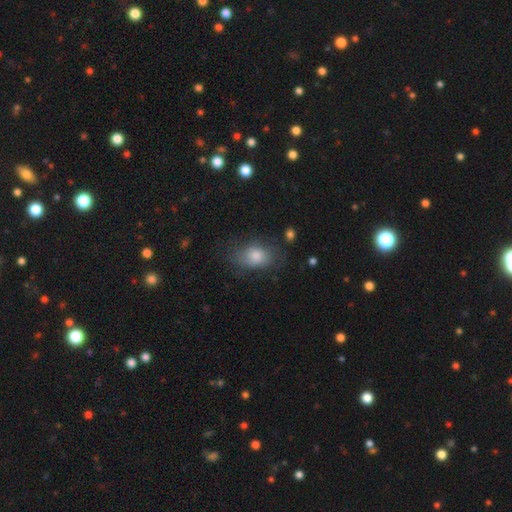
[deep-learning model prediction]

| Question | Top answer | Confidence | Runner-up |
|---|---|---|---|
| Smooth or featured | smooth | 74% | featured or disk (16%) |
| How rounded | in between | 75% | round (24%) |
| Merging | none | 61% | minor disturbance (25%) |